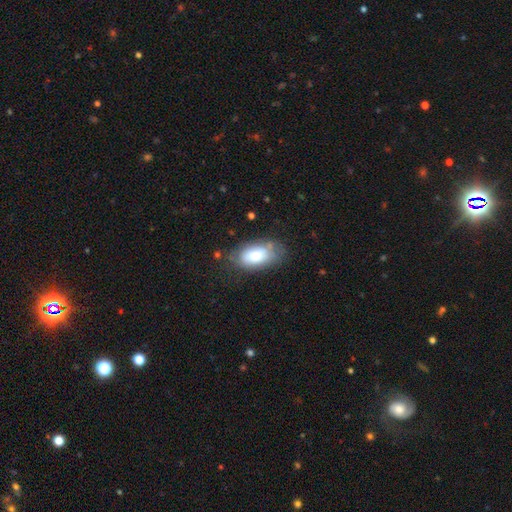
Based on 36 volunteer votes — A smooth galaxy with no disk features (86%) that is in between round and cigar-shaped (90%). Merging: none (69%).